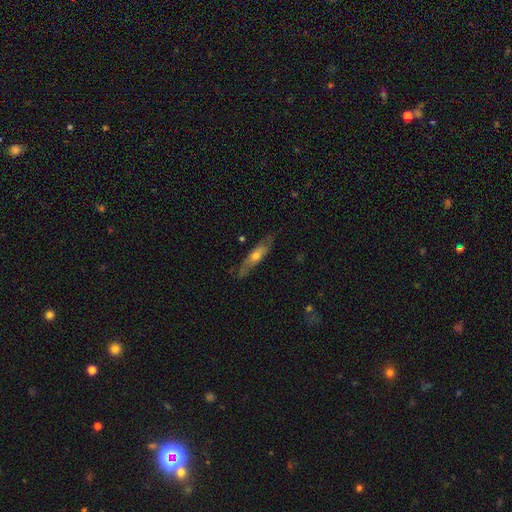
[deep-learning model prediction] smooth_or_featured: featured or disk (p=0.52) [alt: smooth p=0.41]
disk_edge_on: yes (p=0.70) [alt: no p=0.30]
merging: none (p=0.80) [alt: minor disturbance p=0.15]